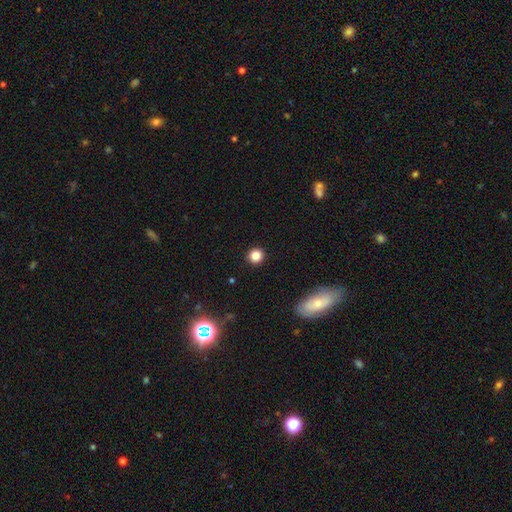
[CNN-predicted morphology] Smooth or featured: smooth — 85% (star or artifact — 11%)
How rounded: round — 93% (in between — 6%)
Merging: none — 92% (minor disturbance — 5%)